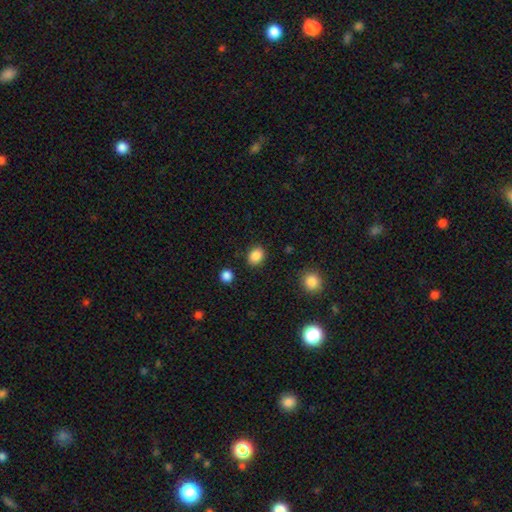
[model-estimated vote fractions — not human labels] Q: Smooth or featured?
A: smooth (87%); runner-up: star or artifact (10%)
Q: How rounded?
A: round (51%); runner-up: in between (48%)
Q: Merging?
A: none (87%); runner-up: minor disturbance (8%)